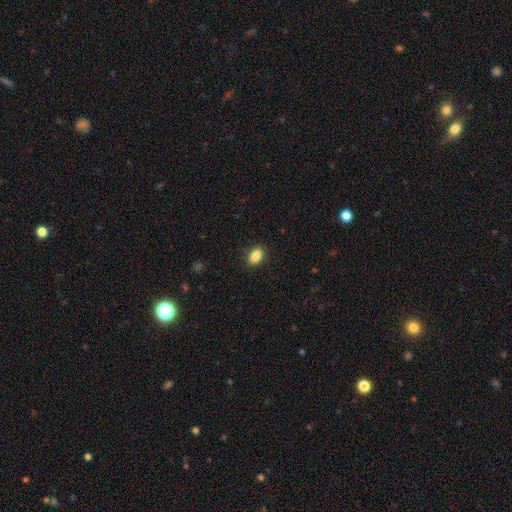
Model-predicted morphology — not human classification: A smooth galaxy with no disk features (88%) that is in between round and cigar-shaped (88%).

Vote fractions:
- Smooth or featured? smooth: 88% / star or artifact: 8% / featured or disk: 4%
- How rounded? in between: 88% / round: 10% / cigar-shaped: 2%
- Merging? none: 88% / minor disturbance: 8% / major disturbance: 2% / merger: 1%